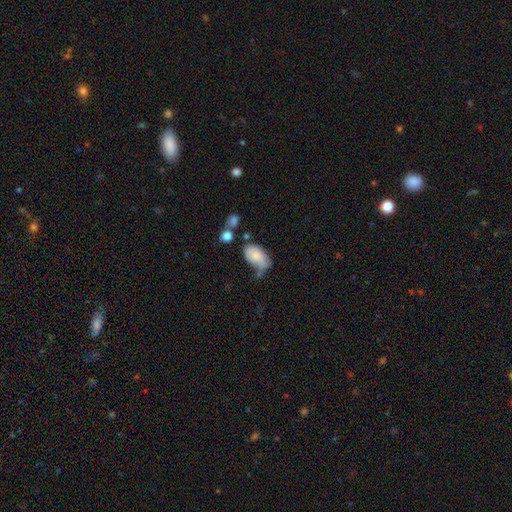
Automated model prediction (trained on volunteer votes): Morphology: type=smooth (78%); roundness=in between (92%); merging=none (38%).